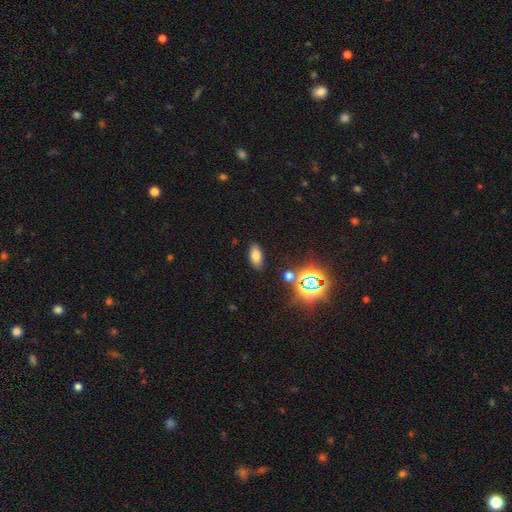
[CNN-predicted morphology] Smooth or featured? smooth (72%)
How rounded? in between (87%)
Merging? none (86%)